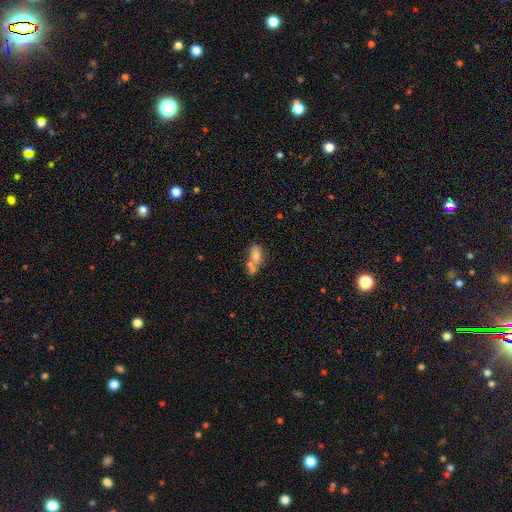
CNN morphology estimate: Q: Smooth or featured?
A: smooth (63%); runner-up: featured or disk (24%)
Q: How rounded?
A: in between (75%); runner-up: cigar-shaped (13%)
Q: Merging?
A: merger (51%); runner-up: none (28%)